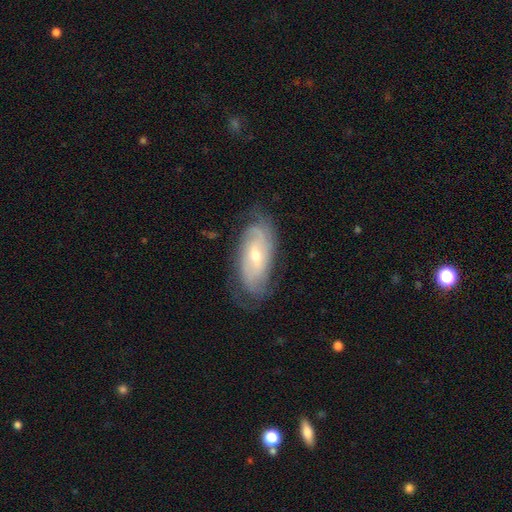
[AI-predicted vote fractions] smooth_or_featured: featured or disk (p=0.78) [alt: smooth p=0.15]
disk_edge_on: no (p=0.92) [alt: yes p=0.08]
bar: no (p=0.45) [alt: weak p=0.41]
has_spiral_arms: yes (p=0.92) [alt: no p=0.08]
spiral_winding: tight (p=0.61) [alt: medium p=0.29]
spiral_arm_count: can't tell (p=0.40) [alt: 2 p=0.33]
bulge_size: moderate (p=0.50) [alt: small p=0.47]
merging: none (p=0.73) [alt: minor disturbance p=0.19]